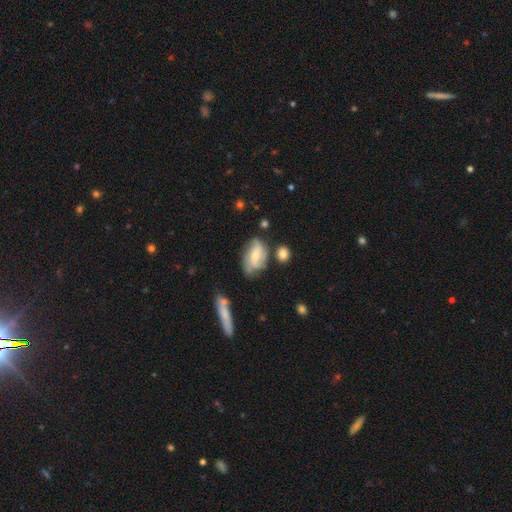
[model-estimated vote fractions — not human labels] Smooth or featured?
  - featured or disk: 54% *
  - smooth: 38%
  - star or artifact: 7%
Edge-on disk?
  - no: 94% *
  - yes: 6%
Bar?
  - no: 55% *
  - weak: 35%
  - strong: 10%
Spiral arms?
  - yes: 80% *
  - no: 20%
Bulge size?
  - small: 49% *
  - moderate: 42%
  - none: 5%
  - large: 3%
  - dominant: 1%
Merging?
  - none: 54% *
  - minor disturbance: 27%
  - major disturbance: 11%
  - merger: 8%